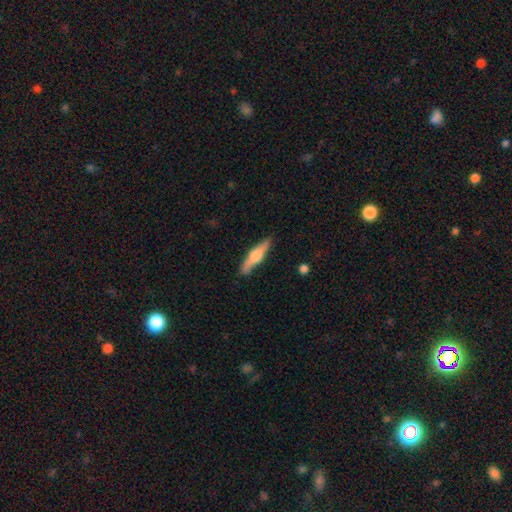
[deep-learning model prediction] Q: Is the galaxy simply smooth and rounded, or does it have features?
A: featured or disk — 49%.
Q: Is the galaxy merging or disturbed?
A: none — 86%.